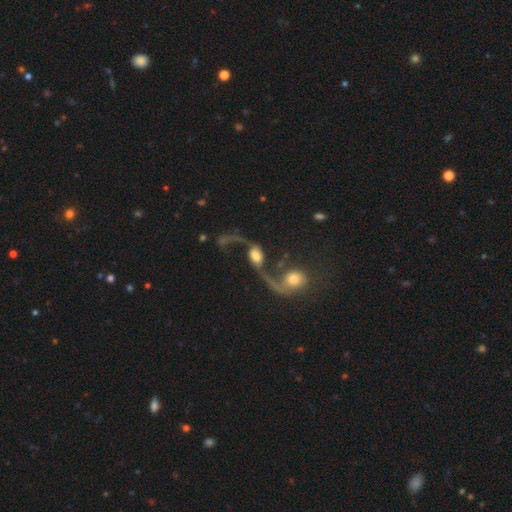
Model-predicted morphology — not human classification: smooth-or-featured: featured or disk: 77% | smooth: 15% | star or artifact: 7%
  disk-edge-on: no: 95% | yes: 5%
    bar: no: 48% | weak: 35% | strong: 16%
    has-spiral-arms: yes: 91% | no: 9%
      spiral-winding: loose: 93% | medium: 6% | tight: 2%
      spiral-arm-count: 2: 89% | 1: 6% | can't tell: 2% | 3: 1% | 4: 1% | more than 4: 1%
    bulge-size: moderate: 38% | large: 34% | small: 13% | dominant: 8% | none: 6%
  merging: merger: 40% | none: 33% | major disturbance: 17% | minor disturbance: 11%